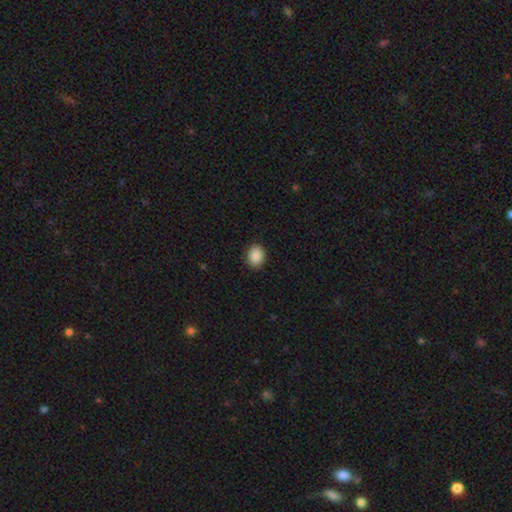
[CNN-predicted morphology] This appears to be a smooth galaxy with no disk features (89%) that is in between round and cigar-shaped (53%). Merging: none (89%).